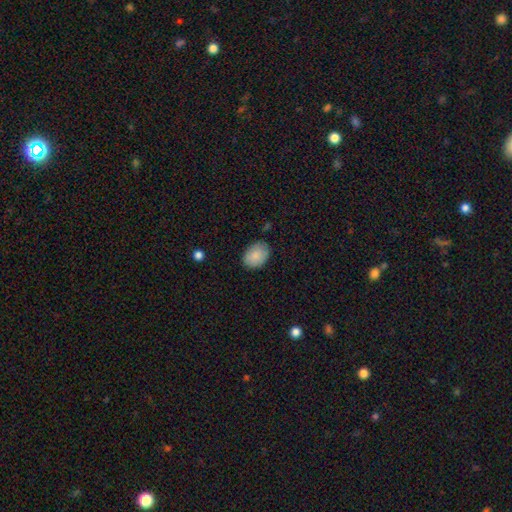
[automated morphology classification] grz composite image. It shows a smooth galaxy with no disk features (86%) that is in between round and cigar-shaped (73%). Merging: none (81%).